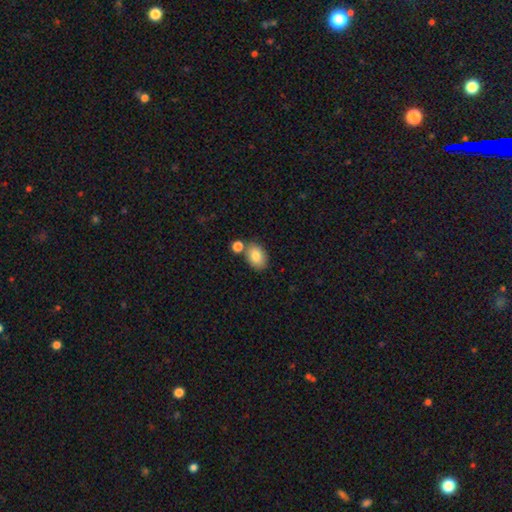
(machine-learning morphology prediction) Smooth or featured? Predicted: smooth (p=0.82). How rounded? Predicted: in between (p=0.80). Merging? Predicted: none (p=0.67).